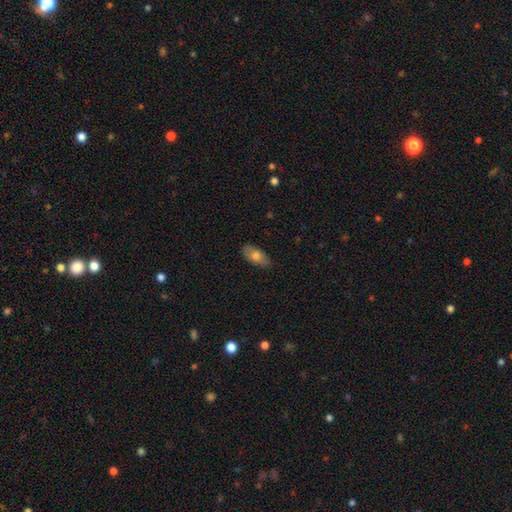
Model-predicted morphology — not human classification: Smooth or featured? Predicted: smooth (p=0.71). How rounded? Predicted: in between (p=0.90). Merging? Predicted: none (p=0.83).